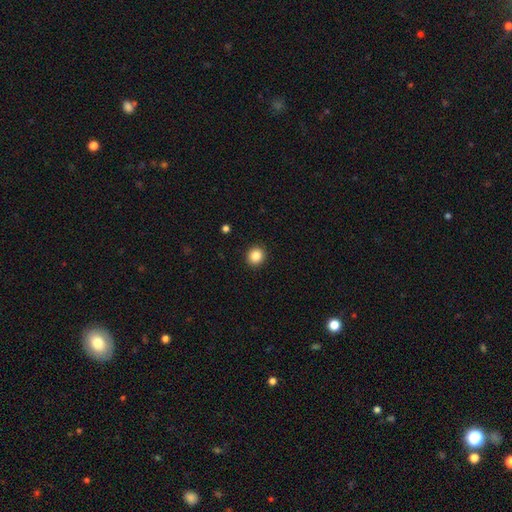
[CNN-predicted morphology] This is clearly a smooth galaxy (86%). How rounded: clearly round (88%). Merging: clearly none (93%).